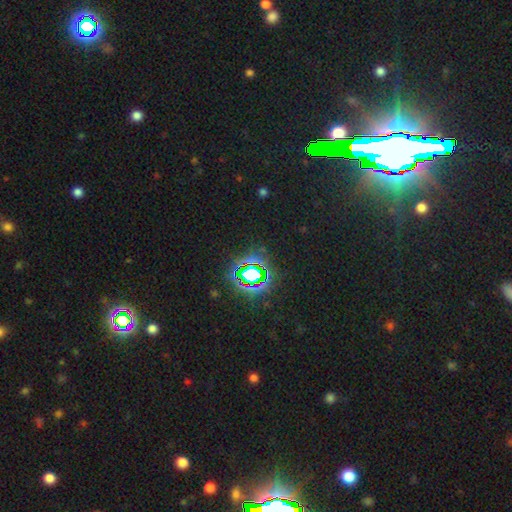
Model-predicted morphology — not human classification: The model was most divided on "smooth or featured": star or artifact: 81%, smooth: 10%, featured or disk: 9%.